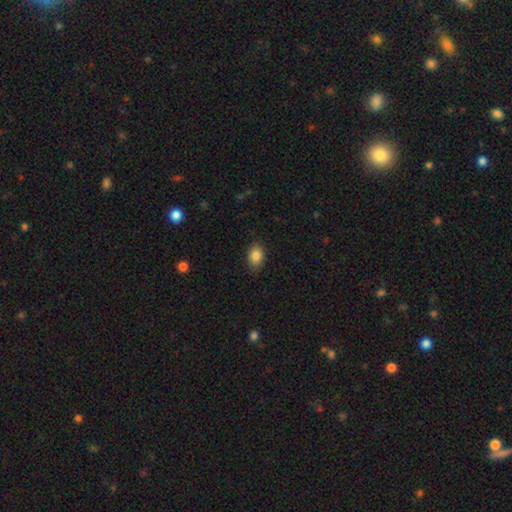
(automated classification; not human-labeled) Smooth or featured? smooth (86%)
How rounded? in between (78%)
Merging? none (84%)